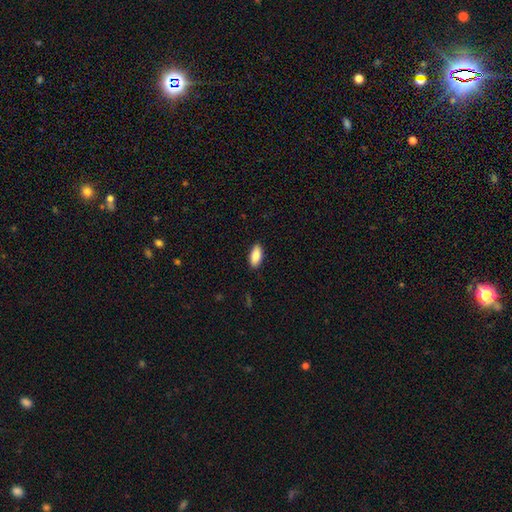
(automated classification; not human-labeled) This is clearly a smooth galaxy (87%). How rounded: clearly in between (87%). Merging: clearly none (88%).